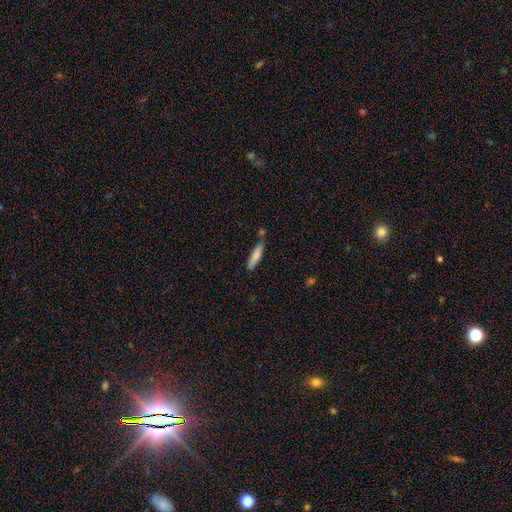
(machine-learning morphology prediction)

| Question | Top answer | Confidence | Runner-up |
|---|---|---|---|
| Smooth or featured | smooth | 80% | featured or disk (14%) |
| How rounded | cigar-shaped | 82% | in between (16%) |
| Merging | none | 69% | minor disturbance (18%) |